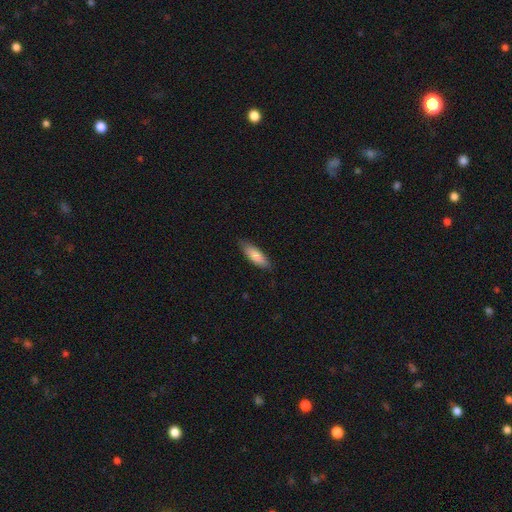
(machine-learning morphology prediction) Smooth or featured? smooth (80%)
How rounded? in between (56%)
Merging? none (83%)